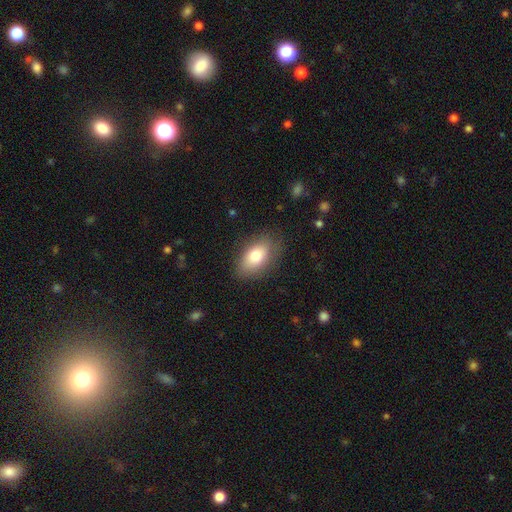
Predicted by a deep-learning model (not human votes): Smooth or featured: smooth — 77% (featured or disk — 15%)
How rounded: in between — 90% (round — 7%)
Merging: none — 82% (minor disturbance — 13%)